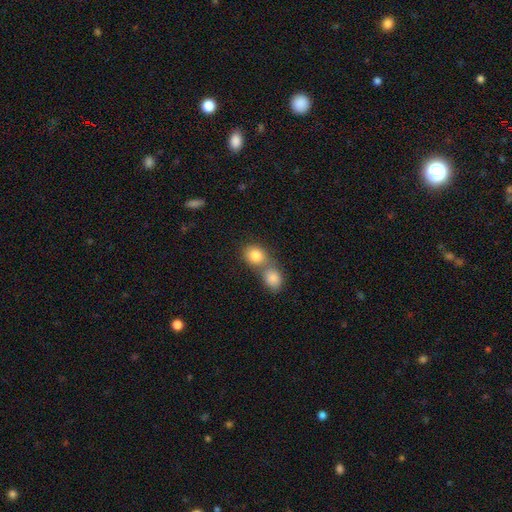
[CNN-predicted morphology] Smooth or featured? smooth (83%)
How rounded? round (63%)
Merging? merger (61%)